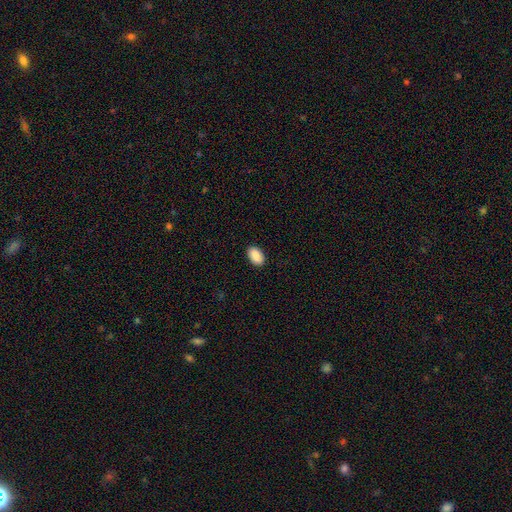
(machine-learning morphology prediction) type=smooth (90%); roundness=in between (94%); merging=none (90%).